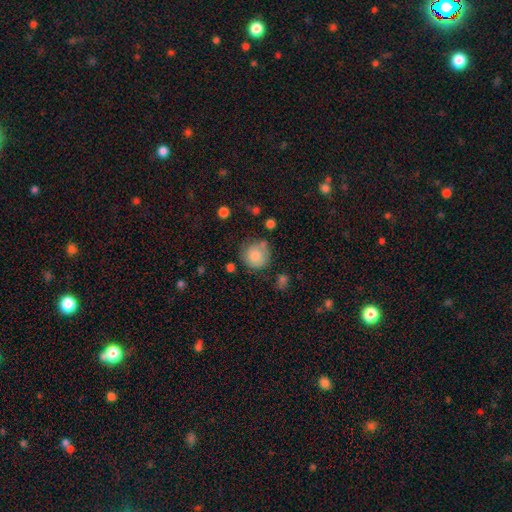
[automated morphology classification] Q: Smooth or featured?
A: smooth (78%); runner-up: featured or disk (13%)
Q: How rounded?
A: round (90%); runner-up: in between (9%)
Q: Merging?
A: none (64%); runner-up: minor disturbance (22%)